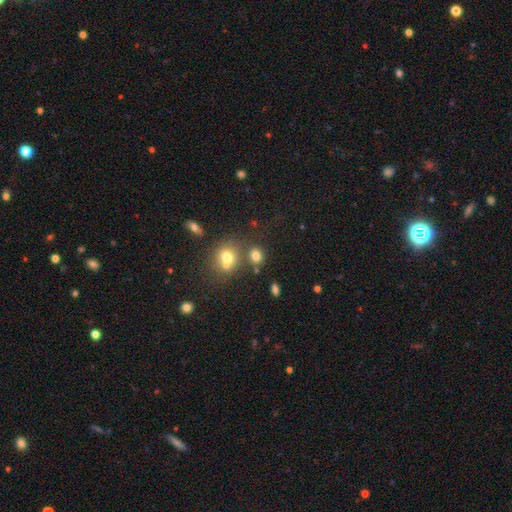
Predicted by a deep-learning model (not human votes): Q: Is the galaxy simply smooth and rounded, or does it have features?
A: smooth — 75%.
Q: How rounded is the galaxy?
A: round — 68%.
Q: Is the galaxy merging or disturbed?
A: none — 61%.